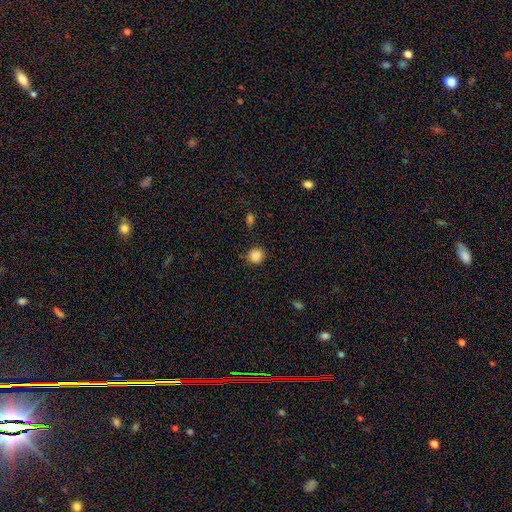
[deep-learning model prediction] Overall: smooth (86%). How rounded: round (92%). Merging: none (86%).